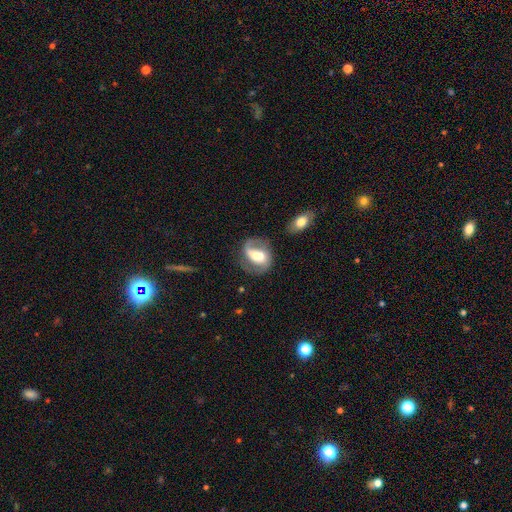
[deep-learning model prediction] Q: Smooth or featured?
A: featured or disk (67%); runner-up: smooth (25%)
Q: Edge-on disk?
A: no (96%); runner-up: yes (4%)
Q: Bar?
A: no (39%); runner-up: weak (36%)
Q: Spiral arms?
A: yes (81%); runner-up: no (19%)
Q: Spiral winding?
A: medium (43%); runner-up: loose (34%)
Q: Spiral arm count?
A: 2 (67%); runner-up: 1 (22%)
Q: Bulge size?
A: moderate (58%); runner-up: small (21%)
Q: Merging?
A: none (44%); runner-up: merger (23%)